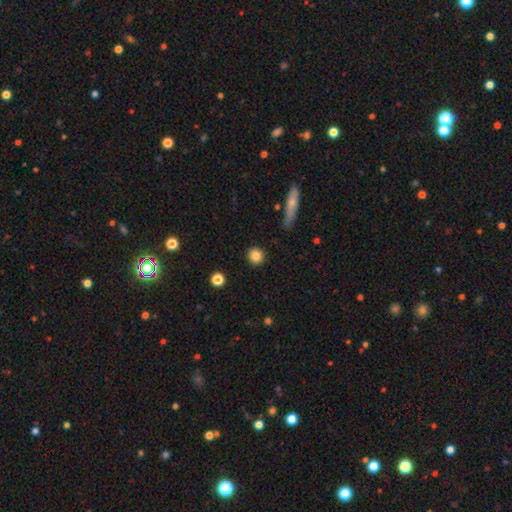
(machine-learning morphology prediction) Smooth or featured? Predicted: smooth (p=0.85). How rounded? Predicted: round (p=0.93). Merging? Predicted: none (p=0.90).